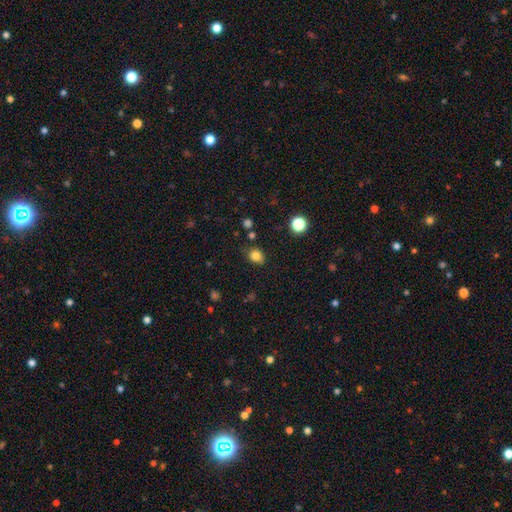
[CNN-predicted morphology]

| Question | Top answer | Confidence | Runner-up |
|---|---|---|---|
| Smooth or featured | smooth | 82% | star or artifact (13%) |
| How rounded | round | 55% | in between (44%) |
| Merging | none | 78% | minor disturbance (16%) |